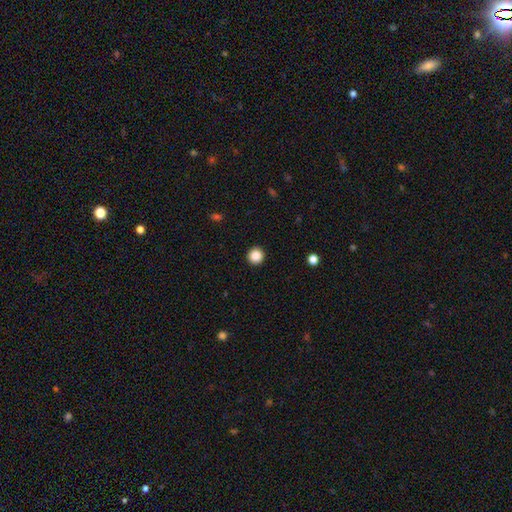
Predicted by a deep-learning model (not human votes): Overall: smooth (87%). How rounded: round (95%). Merging: none (93%).